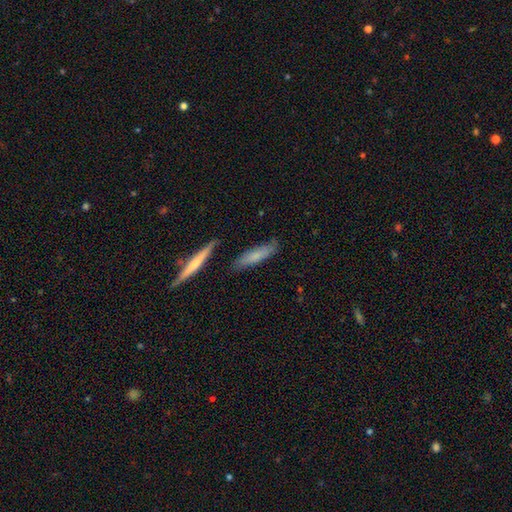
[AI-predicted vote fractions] Morphology: type=smooth (67%); roundness=cigar-shaped (75%); merging=none (76%).